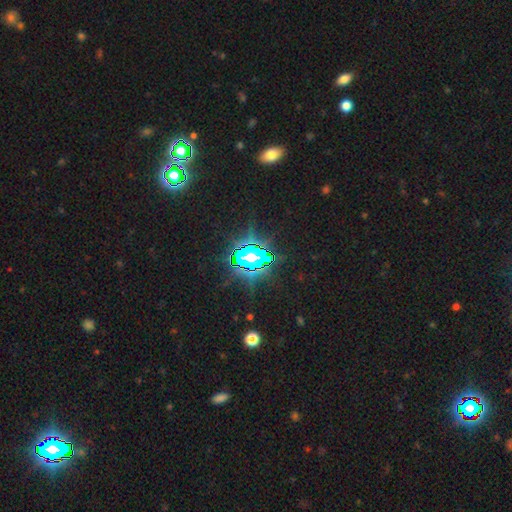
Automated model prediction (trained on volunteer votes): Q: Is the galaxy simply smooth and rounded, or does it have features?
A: star or artifact — 77%.